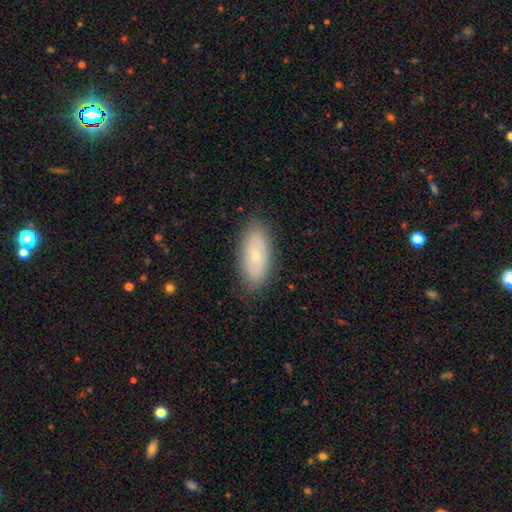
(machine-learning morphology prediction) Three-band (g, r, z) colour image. It shows a smooth galaxy with no disk features (66%) that is in between round and cigar-shaped (90%). Merging: none (86%).